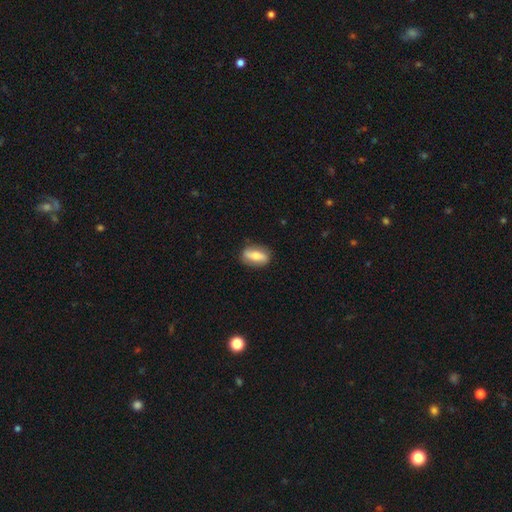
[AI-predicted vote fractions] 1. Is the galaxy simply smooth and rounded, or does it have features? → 54% smooth, 39% featured or disk, 6% star or artifact.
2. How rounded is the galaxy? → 76% in between, 17% cigar-shaped, 7% round.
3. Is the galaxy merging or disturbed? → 83% none, 13% minor disturbance, 3% major disturbance, 1% merger.